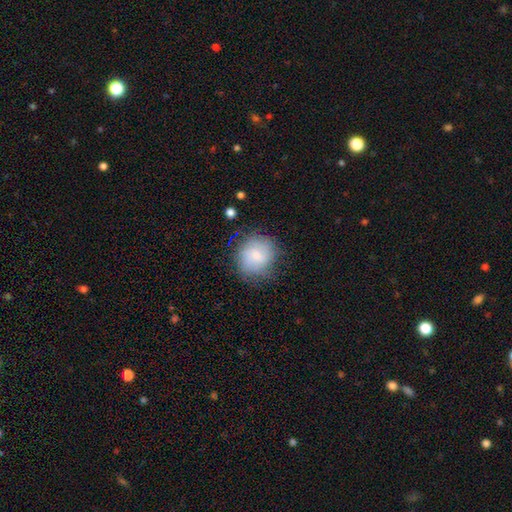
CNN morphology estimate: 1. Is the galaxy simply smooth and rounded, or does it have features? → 64% smooth, 27% featured or disk, 9% star or artifact.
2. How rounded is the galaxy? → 87% round, 12% in between, 1% cigar-shaped.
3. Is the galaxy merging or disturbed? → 72% none, 19% minor disturbance, 8% major disturbance, 2% merger.